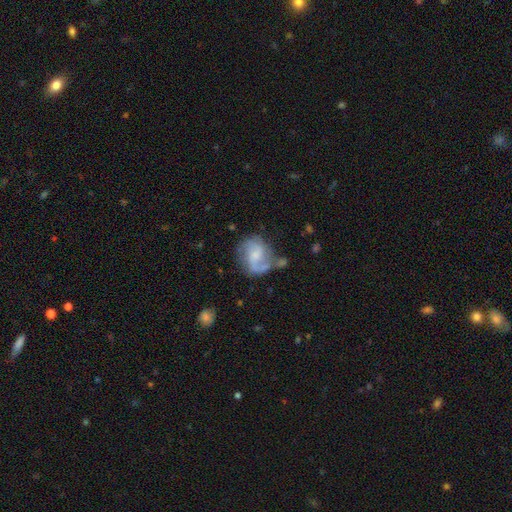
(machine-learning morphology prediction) A featured or disk galaxy (73%) with no bar (48%), 2 (80%) medium (47%) spiral arms (91%) and a small central bulge (49%).

Vote fractions:
- Smooth or featured? featured or disk: 73% / smooth: 20% / star or artifact: 7%
- Edge-on disk? no: 98% / yes: 2%
- Bar? no: 48% / weak: 43% / strong: 9%
- Spiral arms? yes: 91% / no: 9%
- Spiral winding? medium: 47% / loose: 35% / tight: 18%
- Spiral arm count? 2: 80% / can't tell: 8% / 1: 7% / 3: 3% / 4: 1% / more than 4: 1%
- Bulge size? small: 49% / moderate: 34% / none: 12% / large: 4% / dominant: 1%
- Merging? none: 53% / minor disturbance: 23% / major disturbance: 14% / merger: 9%